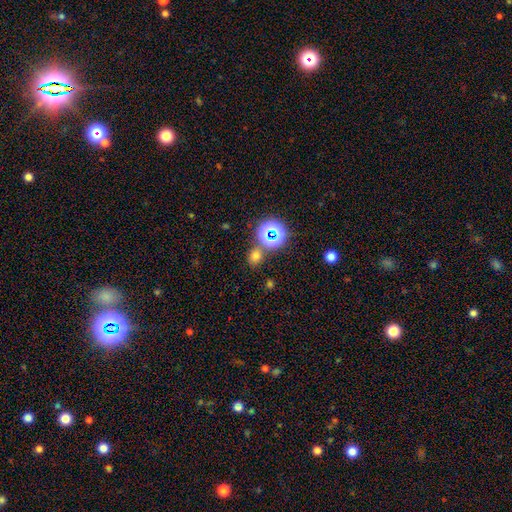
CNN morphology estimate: This appears to be a smooth galaxy with no disk features (62%) that is round (64%). Merging: none (74%).